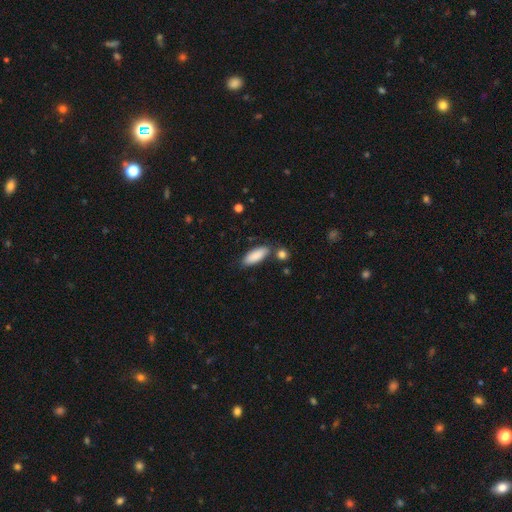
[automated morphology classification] The model was most divided on "how rounded": in between: 71%, cigar-shaped: 27%, round: 2%. More confident: smooth or featured — smooth (88%); merging — none (77%).